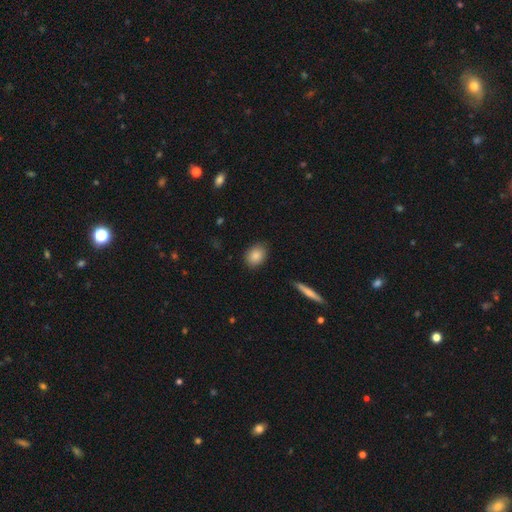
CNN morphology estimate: This is clearly a smooth galaxy (87%). How rounded: likely in between (68%). Merging: clearly none (85%).